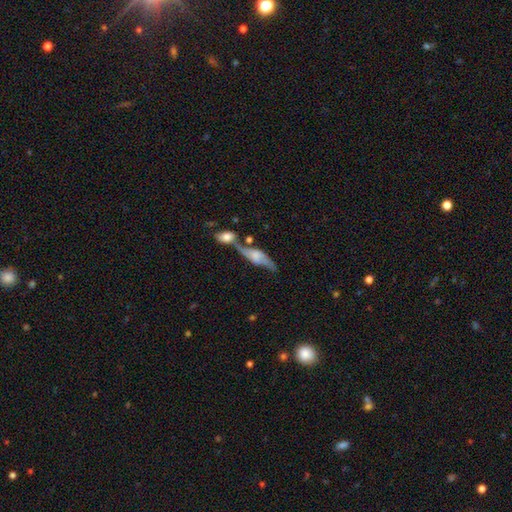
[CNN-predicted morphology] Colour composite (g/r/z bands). It shows a featured or disk galaxy (70%). Merging: none (39%).